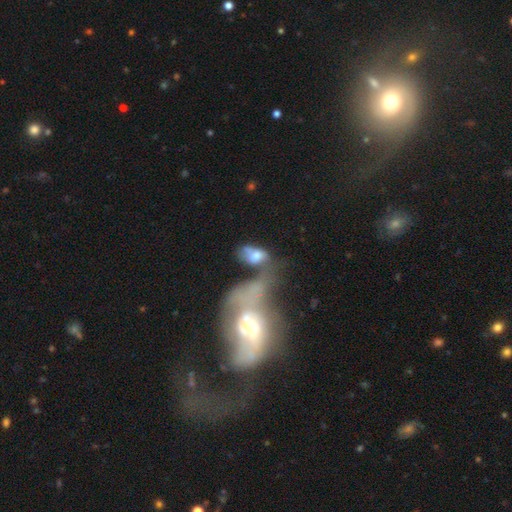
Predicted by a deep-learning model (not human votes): Smooth or featured? Predicted: smooth (p=0.53). How rounded? Predicted: in between (p=0.86). Merging? Predicted: merger (p=0.52).